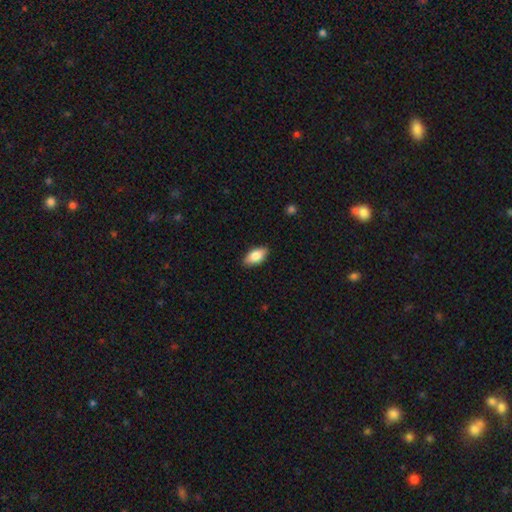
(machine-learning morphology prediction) Overall: smooth (81%). How rounded: in between (92%). Merging: none (88%).